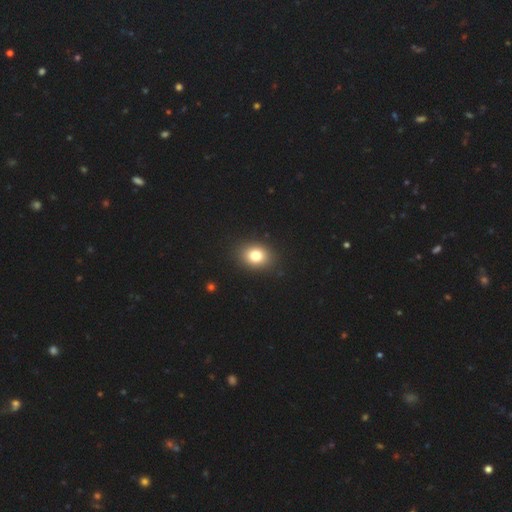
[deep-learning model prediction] Smooth or featured? Predicted: smooth (p=0.79). How rounded? Predicted: in between (p=0.51). Merging? Predicted: none (p=0.90).